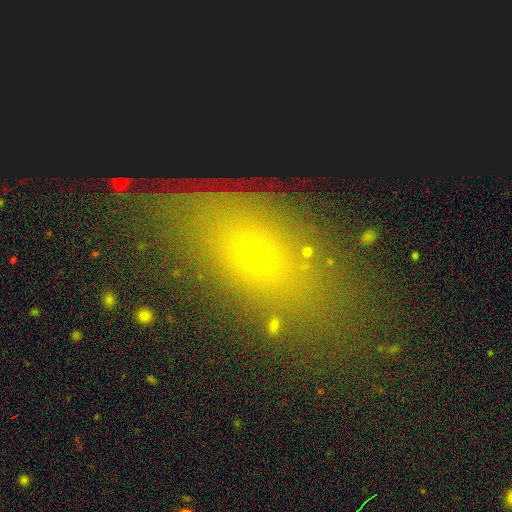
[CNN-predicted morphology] Smooth or featured?
  - smooth: 54% *
  - star or artifact: 28%
  - featured or disk: 19%
How rounded?
  - in between: 74% *
  - round: 16%
  - cigar-shaped: 11%
Merging?
  - none: 77% *
  - minor disturbance: 13%
  - major disturbance: 6%
  - merger: 4%